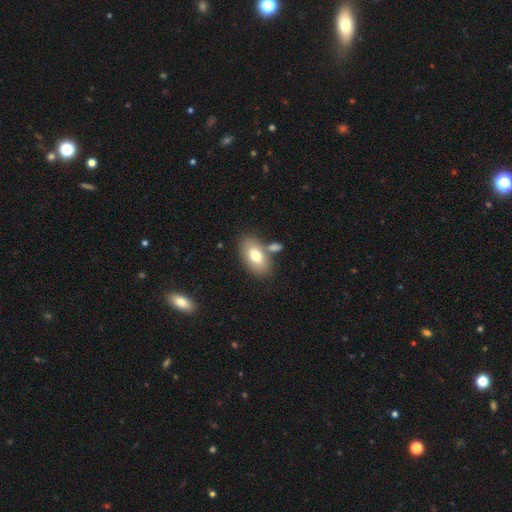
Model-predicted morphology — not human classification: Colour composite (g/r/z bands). It shows a smooth galaxy with no disk features (74%) that is in between round and cigar-shaped (92%). Merging: none (67%).